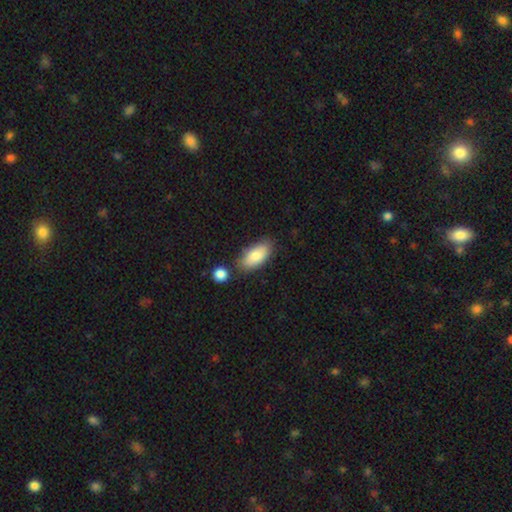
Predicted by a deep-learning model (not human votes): Smooth or featured?
  - smooth: 83% *
  - featured or disk: 11%
  - star or artifact: 6%
How rounded?
  - in between: 89% *
  - cigar-shaped: 8%
  - round: 3%
Merging?
  - none: 71% *
  - minor disturbance: 16%
  - merger: 9%
  - major disturbance: 4%